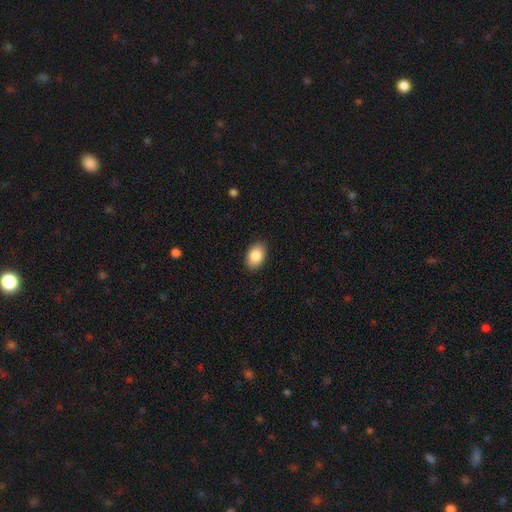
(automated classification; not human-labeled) This appears to be a smooth galaxy with no disk features (86%) that is in between round and cigar-shaped (86%). Merging: none (89%).